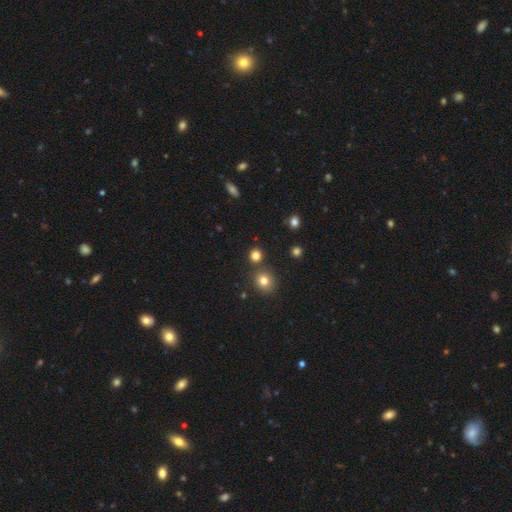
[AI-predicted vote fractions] This is likely a smooth galaxy (80%). How rounded: clearly round (89%). Merging: clearly none (80%).